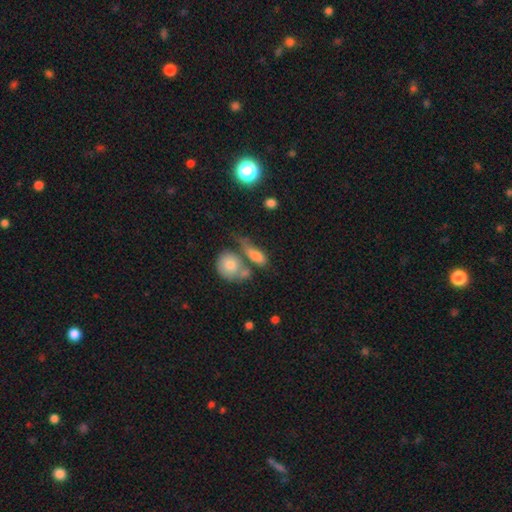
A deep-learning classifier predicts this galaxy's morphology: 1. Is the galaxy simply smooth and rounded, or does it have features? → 75% smooth, 16% featured or disk, 9% star or artifact.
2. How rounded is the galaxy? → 74% in between, 14% cigar-shaped, 12% round.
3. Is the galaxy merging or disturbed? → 39% merger, 31% none, 16% minor disturbance, 13% major disturbance.